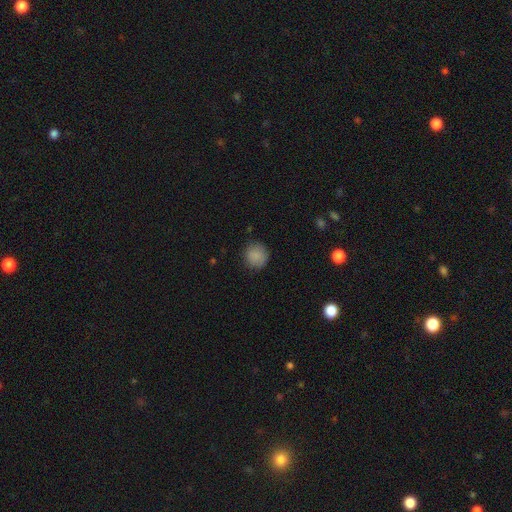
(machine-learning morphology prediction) Overall: smooth (86%). How rounded: round (92%). Merging: none (84%).